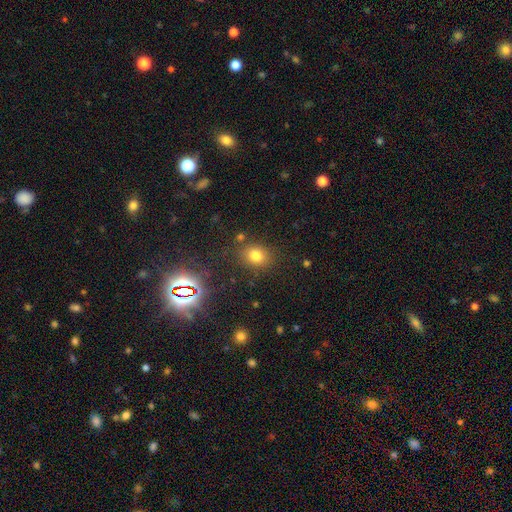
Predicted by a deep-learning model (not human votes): A smooth galaxy with no disk features (74%) that is round (57%). Merging: none (81%).